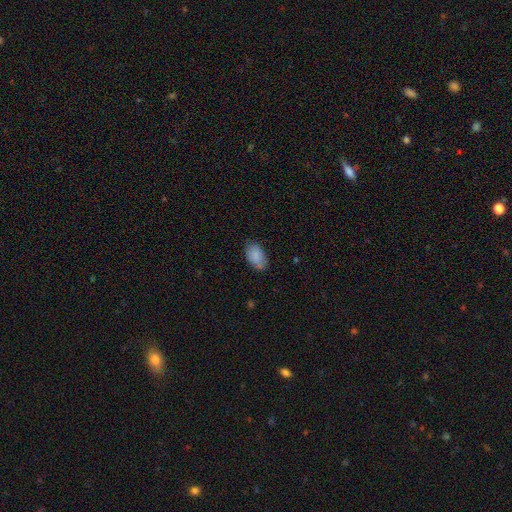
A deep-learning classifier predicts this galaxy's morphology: Q: Smooth or featured?
A: smooth (86%); runner-up: featured or disk (8%)
Q: How rounded?
A: in between (92%); runner-up: round (6%)
Q: Merging?
A: none (75%); runner-up: minor disturbance (20%)